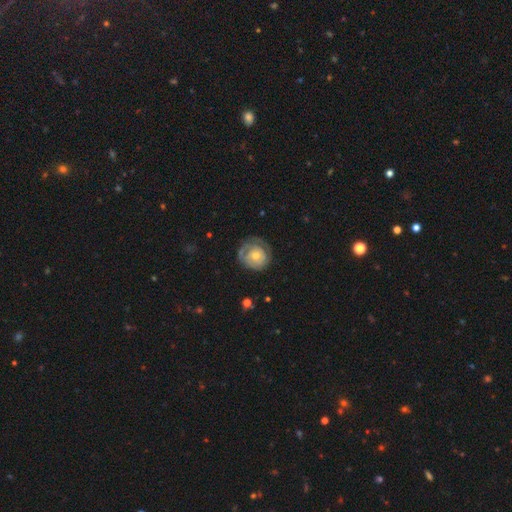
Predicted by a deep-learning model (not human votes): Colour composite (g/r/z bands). It shows a featured or disk galaxy (61%) with no bar (81%), spiral arms (71%) and a moderate central bulge (50%). Merging: none (62%).